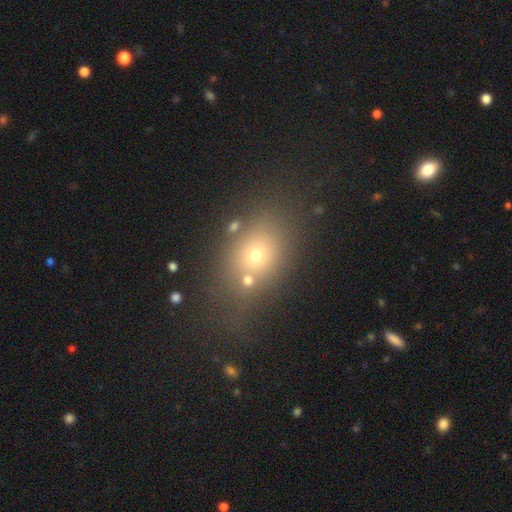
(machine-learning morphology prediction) smooth_or_featured: smooth (p=0.64) [alt: star or artifact p=0.20]
how_rounded: in between (p=0.61) [alt: round p=0.37]
merging: none (p=0.62) [alt: merger p=0.17]